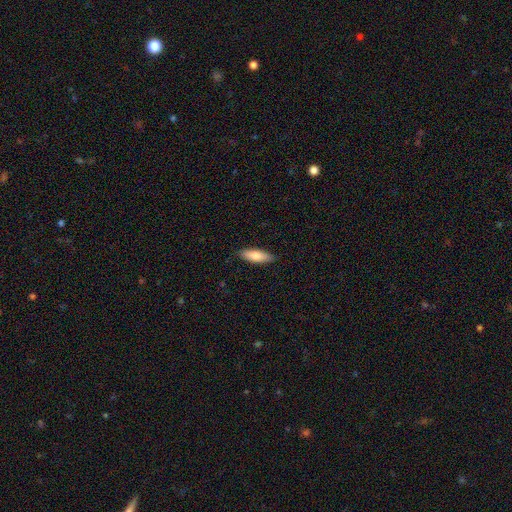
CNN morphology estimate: The model was most divided on "how rounded": in between: 50%, cigar-shaped: 49%, round: 2%. More confident: merging — none (88%); smooth or featured — smooth (79%).